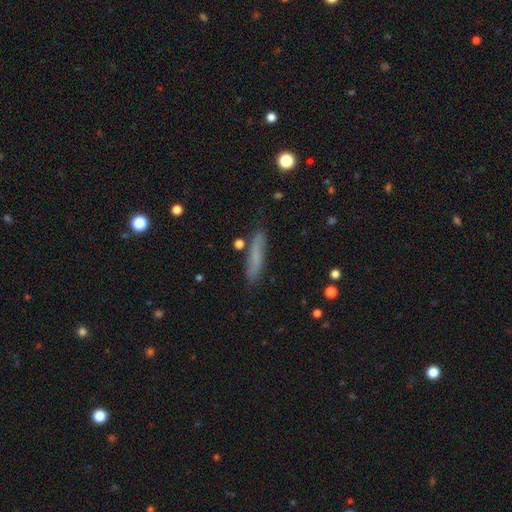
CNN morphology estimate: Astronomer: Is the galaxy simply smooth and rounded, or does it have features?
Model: smooth — 73%.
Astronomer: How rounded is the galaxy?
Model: cigar-shaped — 88%.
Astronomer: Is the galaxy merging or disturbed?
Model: none — 83%.